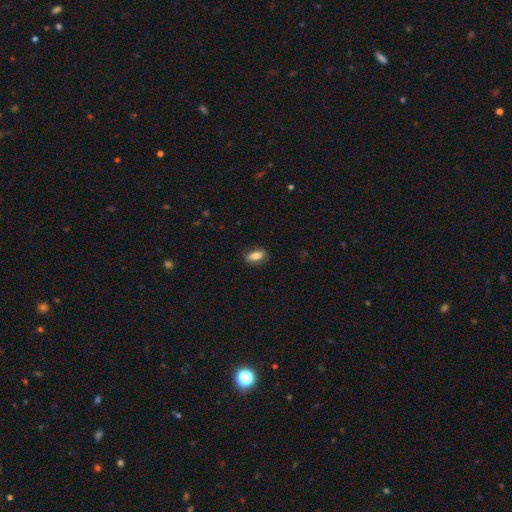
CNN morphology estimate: The model was most divided on "smooth or featured": smooth: 72%, featured or disk: 21%, star or artifact: 7%. More confident: how rounded — in between (83%); merging — none (79%).